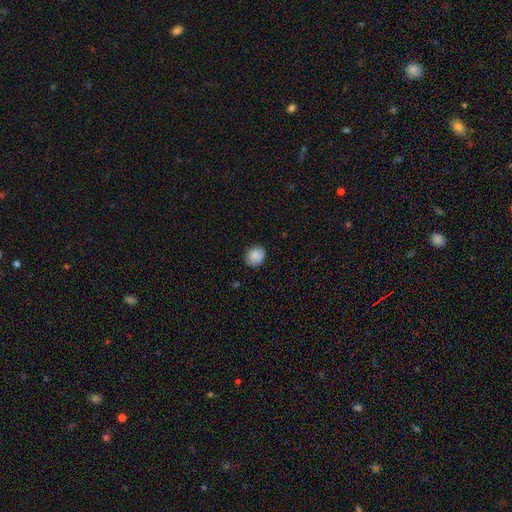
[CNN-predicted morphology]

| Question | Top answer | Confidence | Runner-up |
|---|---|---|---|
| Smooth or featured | smooth | 85% | star or artifact (8%) |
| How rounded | round | 73% | in between (27%) |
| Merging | none | 83% | minor disturbance (14%) |